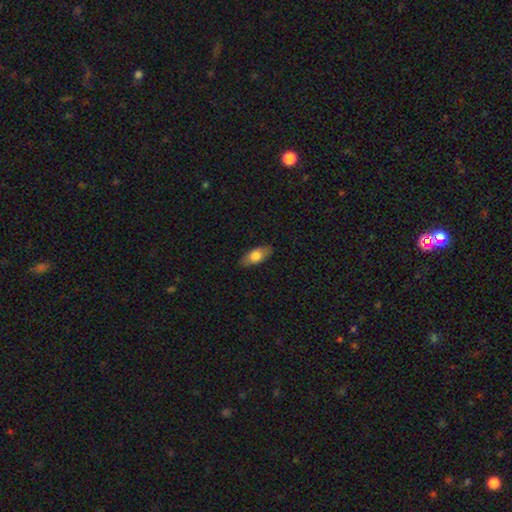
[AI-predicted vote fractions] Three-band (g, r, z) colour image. It shows a smooth galaxy with no disk features (73%) that is in between round and cigar-shaped (84%). Merging: none (86%).